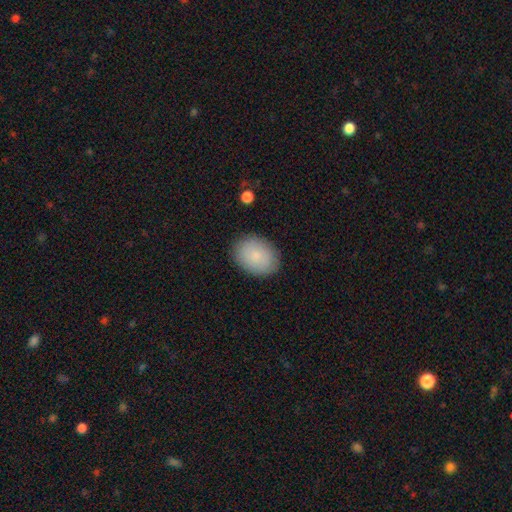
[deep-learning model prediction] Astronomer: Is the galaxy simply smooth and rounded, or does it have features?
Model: smooth — 86%.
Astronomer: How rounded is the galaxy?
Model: in between — 76%.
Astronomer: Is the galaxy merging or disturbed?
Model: none — 87%.